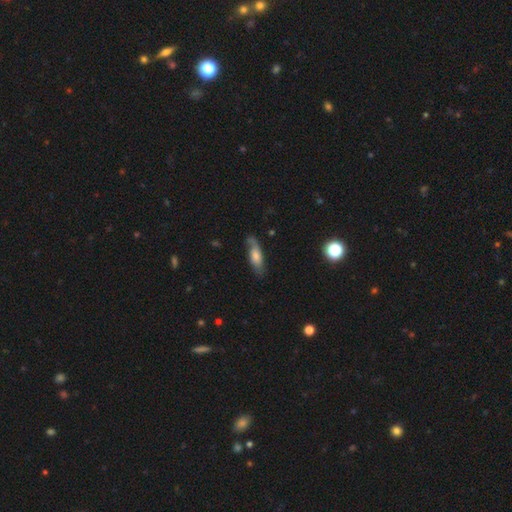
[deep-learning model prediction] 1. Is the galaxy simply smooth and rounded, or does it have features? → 56% smooth, 37% featured or disk, 8% star or artifact.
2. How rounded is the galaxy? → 56% in between, 41% cigar-shaped, 3% round.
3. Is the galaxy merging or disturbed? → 64% none, 24% minor disturbance, 9% major disturbance, 3% merger.